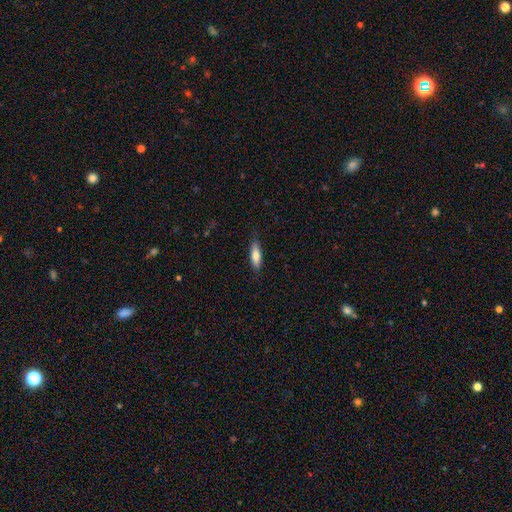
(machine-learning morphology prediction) Smooth or featured: smooth — 77% (featured or disk — 17%)
How rounded: in between — 52% (cigar-shaped — 46%)
Merging: none — 86% (minor disturbance — 10%)